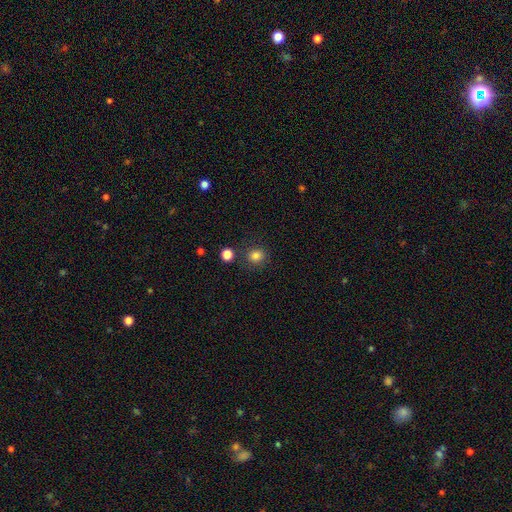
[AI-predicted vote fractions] smooth 82%, star or artifact 12%, featured or disk 6%. Down the decision tree: how rounded — round (82%); merging — none (83%).